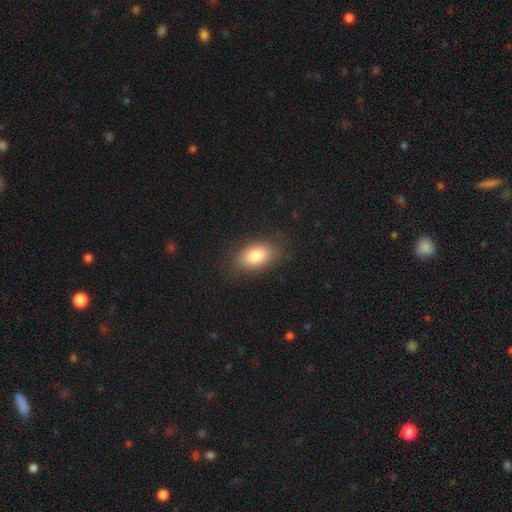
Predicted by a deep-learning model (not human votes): smooth 83%, featured or disk 9%, star or artifact 8%. Down the decision tree: how rounded — in between (90%); merging — none (83%).